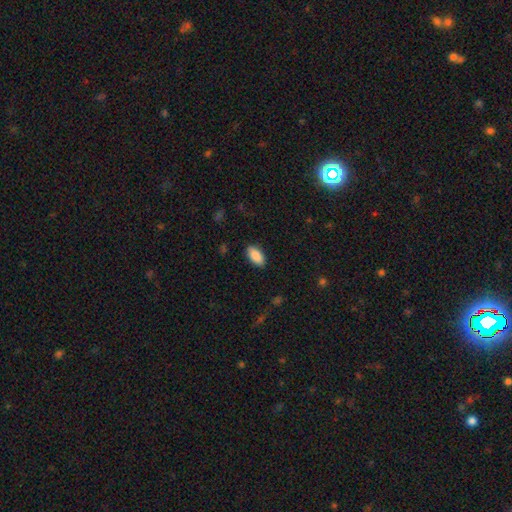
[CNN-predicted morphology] type=smooth (89%); roundness=in between (93%); merging=none (88%).